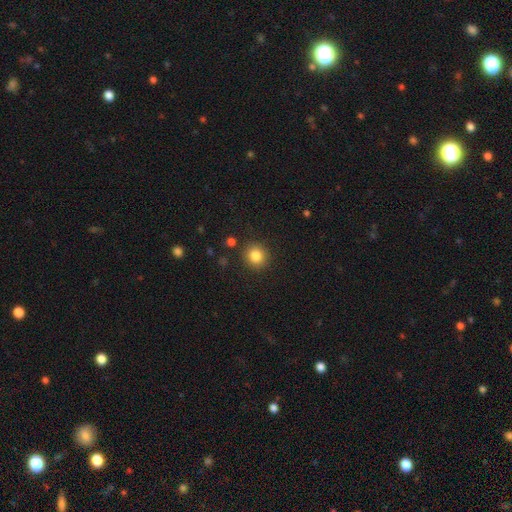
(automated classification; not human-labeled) This appears to be a smooth galaxy with no disk features (84%) that is round (89%). Merging: none (90%).